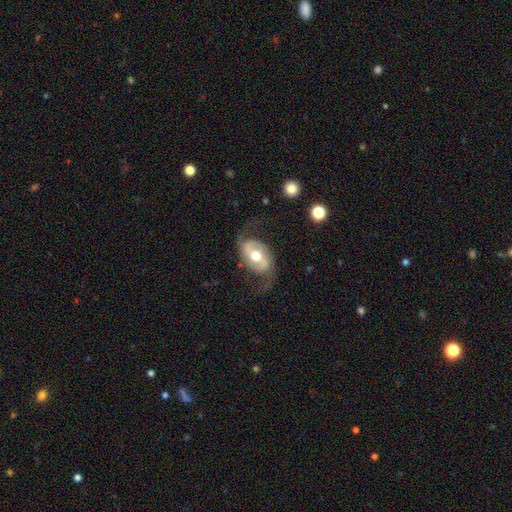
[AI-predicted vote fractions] Q: Smooth or featured?
A: featured or disk (82%); runner-up: smooth (13%)
Q: Edge-on disk?
A: no (96%); runner-up: yes (4%)
Q: Bar?
A: no (37%); runner-up: weak (36%)
Q: Spiral arms?
A: yes (90%); runner-up: no (10%)
Q: Spiral winding?
A: loose (52%); runner-up: medium (38%)
Q: Spiral arm count?
A: 2 (91%); runner-up: can't tell (4%)
Q: Bulge size?
A: moderate (76%); runner-up: large (13%)
Q: Merging?
A: none (67%); runner-up: major disturbance (16%)